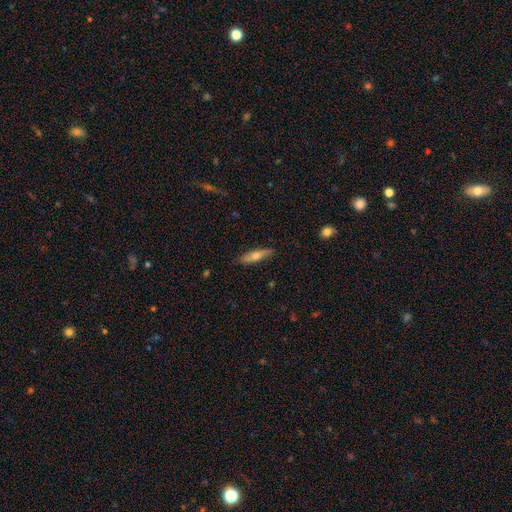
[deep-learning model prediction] Smooth or featured? Predicted: smooth (p=0.54). How rounded? Predicted: cigar-shaped (p=0.73). Merging? Predicted: none (p=0.86).